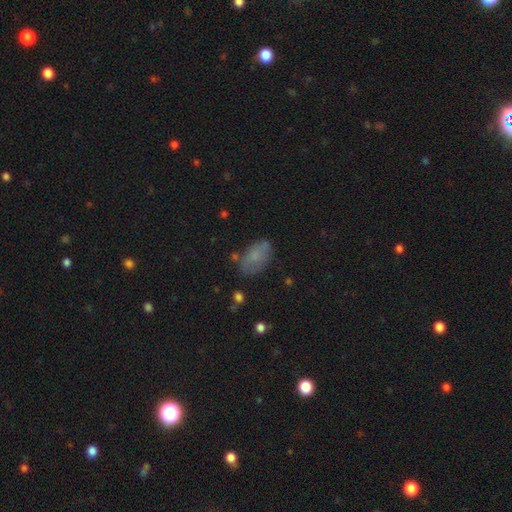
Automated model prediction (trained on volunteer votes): smooth 72%, featured or disk 17%, star or artifact 11%. Down the decision tree: how rounded — in between (92%); merging — none (66%).